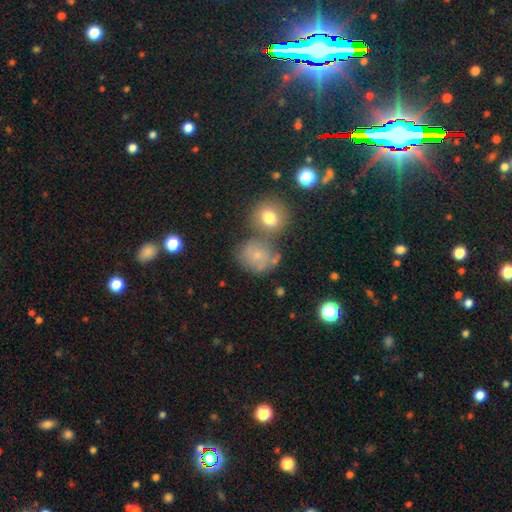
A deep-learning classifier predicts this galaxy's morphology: The model was most divided on "merging": none: 52%, merger: 23%, minor disturbance: 17%, major disturbance: 8%. More confident: how rounded — round (76%); smooth or featured — smooth (63%).